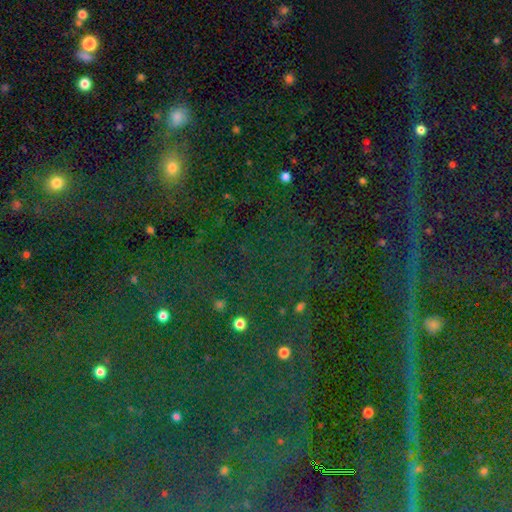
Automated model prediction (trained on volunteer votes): A star or artifact, not a galaxy (67%).

Vote fractions:
- Smooth or featured? star or artifact: 67% / smooth: 24% / featured or disk: 9%